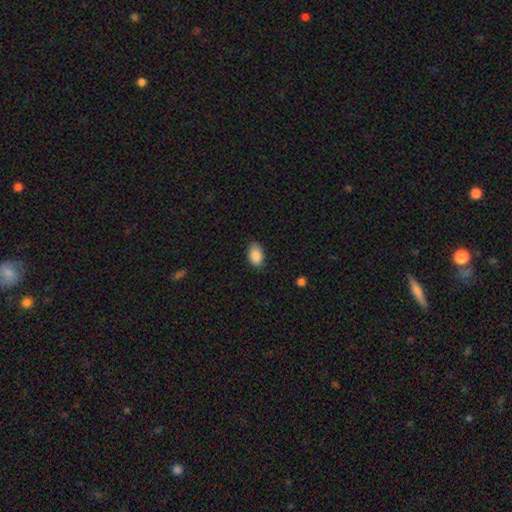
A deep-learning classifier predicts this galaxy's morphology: This appears to be a smooth galaxy with no disk features (89%) that is in between round and cigar-shaped (91%). Merging: none (83%).